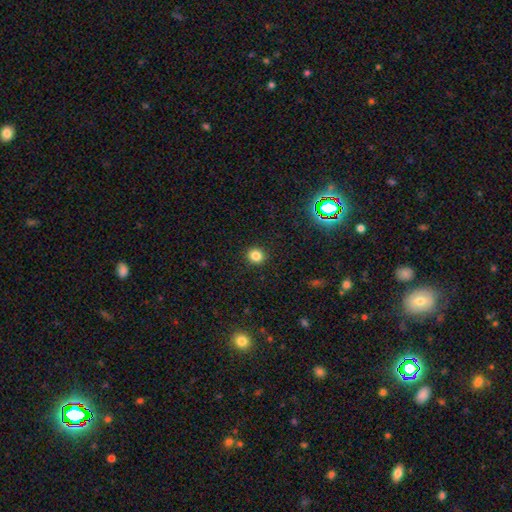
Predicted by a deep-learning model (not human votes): smooth-or-featured: smooth: 83% | star or artifact: 12% | featured or disk: 5%
  how-rounded: round: 84% | in between: 15% | cigar-shaped: 1%
  merging: none: 92% | minor disturbance: 6% | major disturbance: 2% | merger: 1%